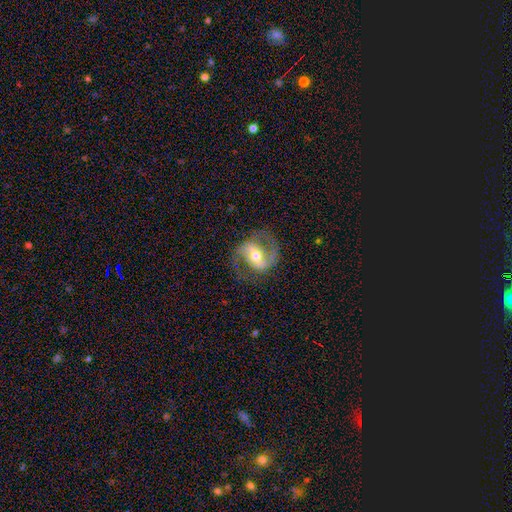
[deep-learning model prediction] The model was most divided on "bar": strong: 43%, weak: 37%, no: 20%. More confident: edge-on disk — no (97%); spiral arms — yes (95%); spiral arm count — 2 (90%); smooth or featured — featured or disk (86%); merging — none (76%); bulge size — moderate (65%); spiral winding — medium (53%).